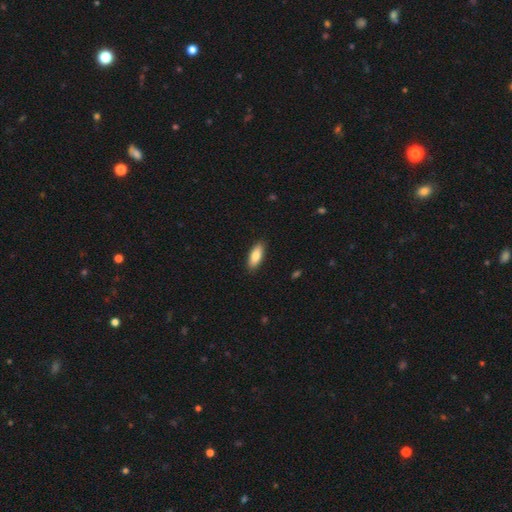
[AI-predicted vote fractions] Overall: smooth (82%). How rounded: in between (74%). Merging: none (89%).